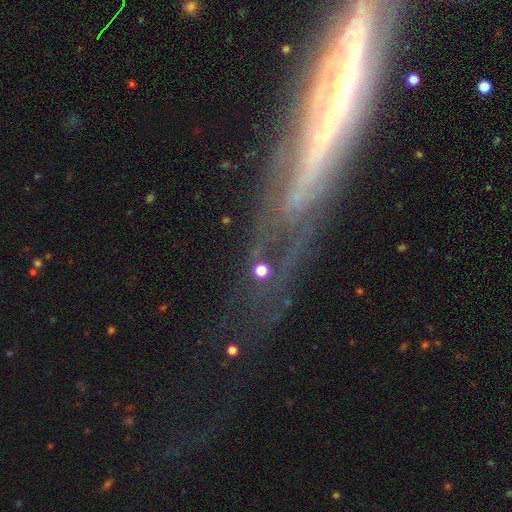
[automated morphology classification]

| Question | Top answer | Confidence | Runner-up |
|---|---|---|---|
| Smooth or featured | featured or disk | 75% | smooth (13%) |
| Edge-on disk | yes | 63% | no (37%) |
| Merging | none | 59% | minor disturbance (20%) |